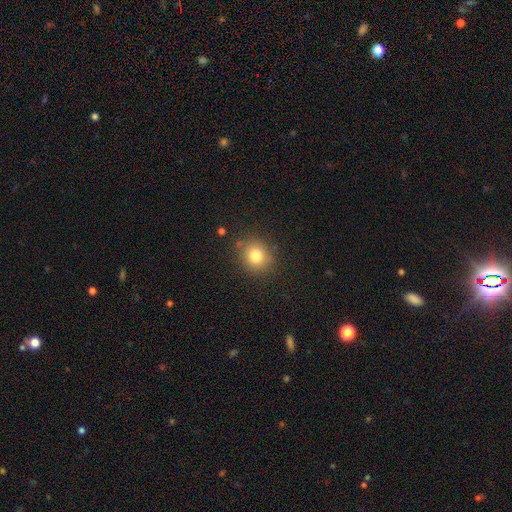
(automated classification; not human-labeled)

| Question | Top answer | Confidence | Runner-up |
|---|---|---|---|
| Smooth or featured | smooth | 80% | star or artifact (12%) |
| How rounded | round | 80% | in between (19%) |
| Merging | none | 84% | minor disturbance (11%) |